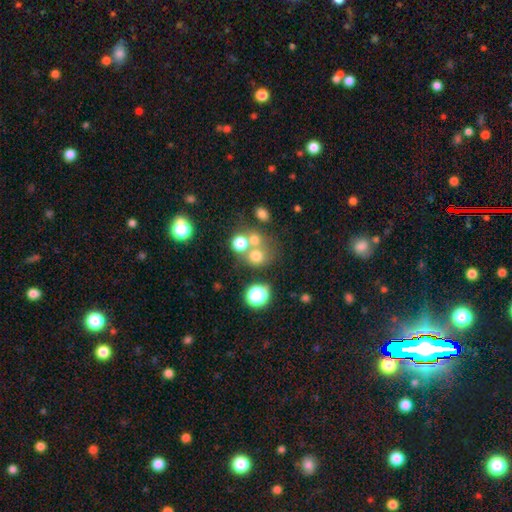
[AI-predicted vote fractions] Smooth or featured?
  - smooth: 65% *
  - star or artifact: 21%
  - featured or disk: 14%
How rounded?
  - round: 82% *
  - in between: 17%
  - cigar-shaped: 1%
Merging?
  - none: 51% *
  - merger: 35%
  - minor disturbance: 9%
  - major disturbance: 6%